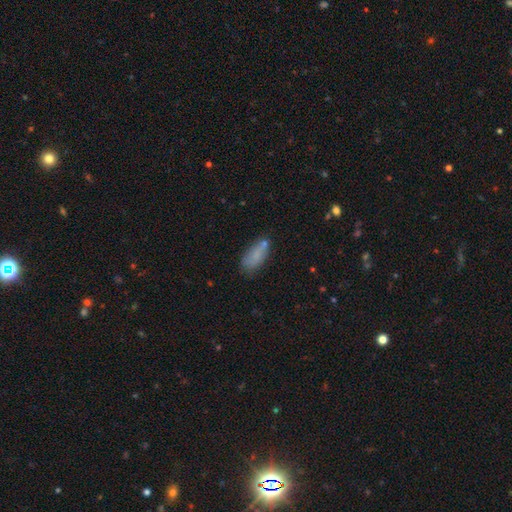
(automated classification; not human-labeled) A smooth galaxy with no disk features (77%) that is in between round and cigar-shaped (77%).

Vote fractions:
- Smooth or featured? smooth: 77% / featured or disk: 13% / star or artifact: 10%
- How rounded? in between: 77% / cigar-shaped: 20% / round: 3%
- Merging? none: 57% / minor disturbance: 24% / merger: 10% / major disturbance: 9%